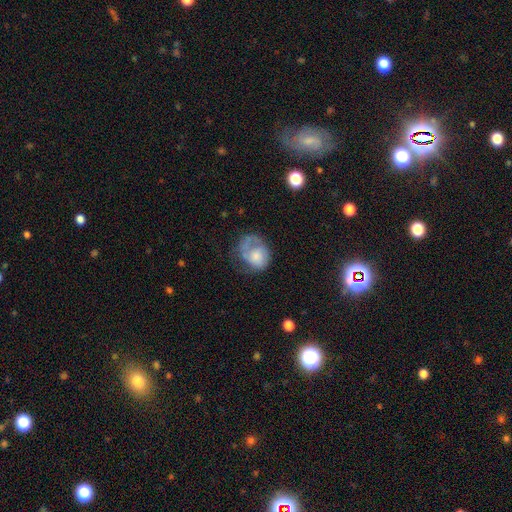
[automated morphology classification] A smooth galaxy with no disk features (50%) that is in between round and cigar-shaped (51%). Merging: major disturbance (40%).